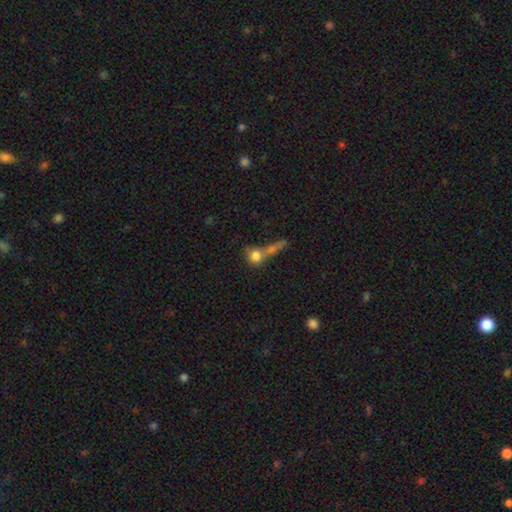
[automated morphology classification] Smooth or featured? Predicted: smooth (p=0.75). How rounded? Predicted: round (p=0.75). Merging? Predicted: merger (p=0.48).